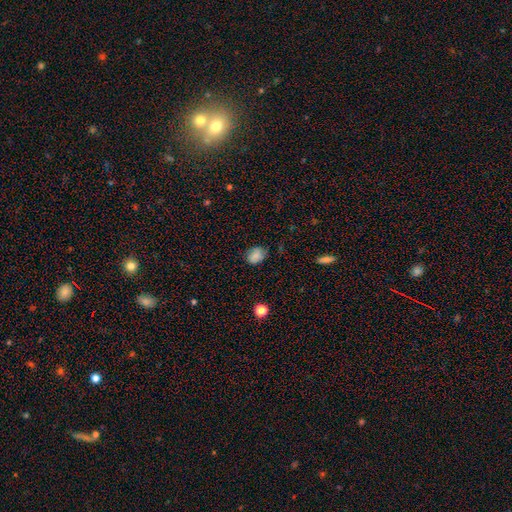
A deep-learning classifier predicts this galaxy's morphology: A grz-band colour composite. It shows a smooth galaxy with no disk features (75%) that is in between round and cigar-shaped (57%). Merging: none (69%).